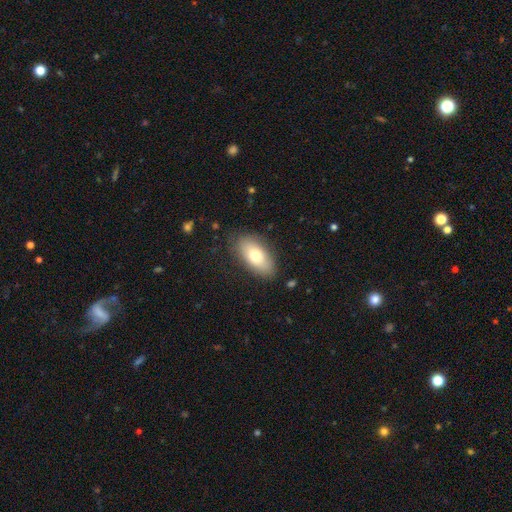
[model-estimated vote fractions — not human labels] smooth_or_featured: smooth (p=0.72) [alt: featured or disk p=0.21]
how_rounded: in between (p=0.90) [alt: cigar-shaped p=0.05]
merging: none (p=0.83) [alt: minor disturbance p=0.12]